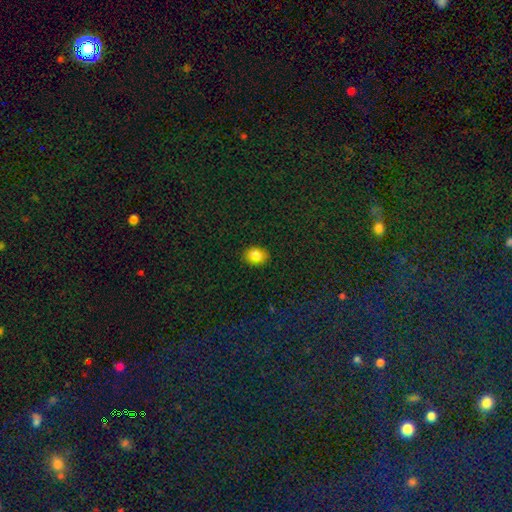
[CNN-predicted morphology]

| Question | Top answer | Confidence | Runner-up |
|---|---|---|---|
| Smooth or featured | smooth | 72% | star or artifact (17%) |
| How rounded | in between | 56% | round (42%) |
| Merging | none | 81% | minor disturbance (11%) |